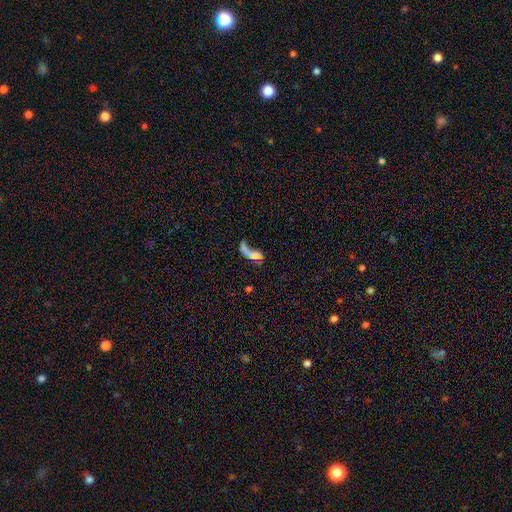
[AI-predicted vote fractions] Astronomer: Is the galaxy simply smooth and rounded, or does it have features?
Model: featured or disk — 49% (runner-up: smooth, 37%).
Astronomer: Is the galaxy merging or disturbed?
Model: major disturbance — 34% (runner-up: merger, 29%).